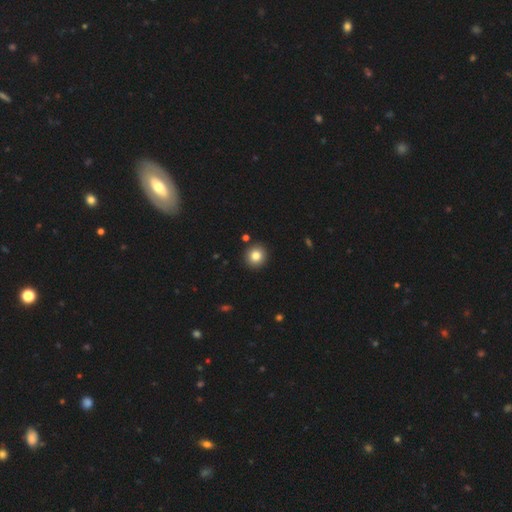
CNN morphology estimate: A smooth galaxy with no disk features (82%) that is round (92%).

Vote fractions:
- Smooth or featured? smooth: 82% / star or artifact: 11% / featured or disk: 7%
- How rounded? round: 92% / in between: 7% / cigar-shaped: 1%
- Merging? none: 91% / minor disturbance: 5% / merger: 2% / major disturbance: 2%